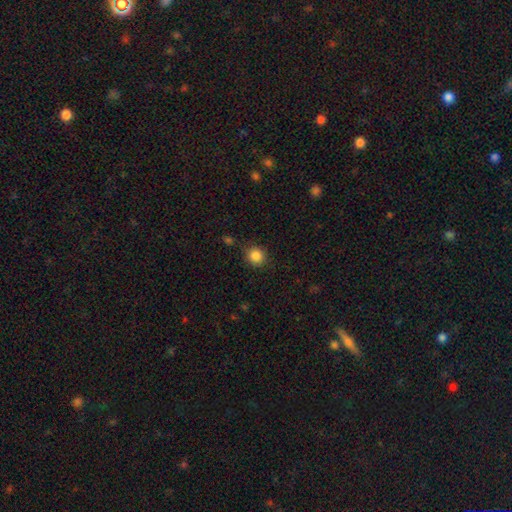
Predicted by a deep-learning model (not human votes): A smooth galaxy with no disk features (87%) that is round (89%).

Vote fractions:
- Smooth or featured? smooth: 87% / star or artifact: 10% / featured or disk: 4%
- How rounded? round: 89% / in between: 11% / cigar-shaped: 1%
- Merging? none: 85% / minor disturbance: 10% / major disturbance: 3% / merger: 2%